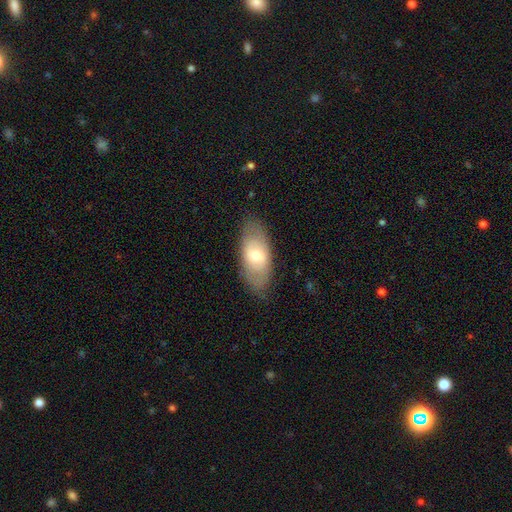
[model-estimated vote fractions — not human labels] Smooth or featured? Predicted: smooth (p=0.60). How rounded? Predicted: in between (p=0.88). Merging? Predicted: none (p=0.82).